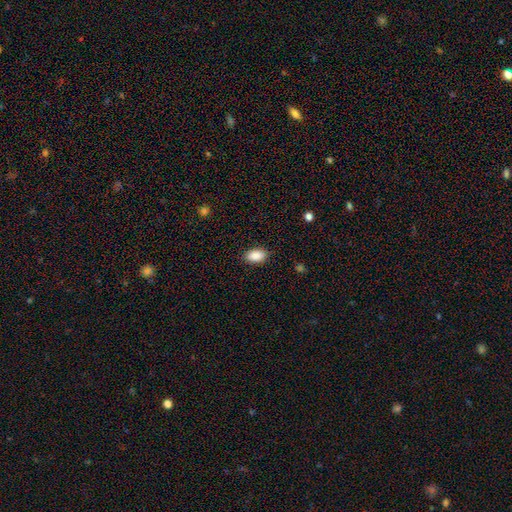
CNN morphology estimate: This is clearly a smooth galaxy (90%). How rounded: clearly in between (93%). Merging: clearly none (87%).